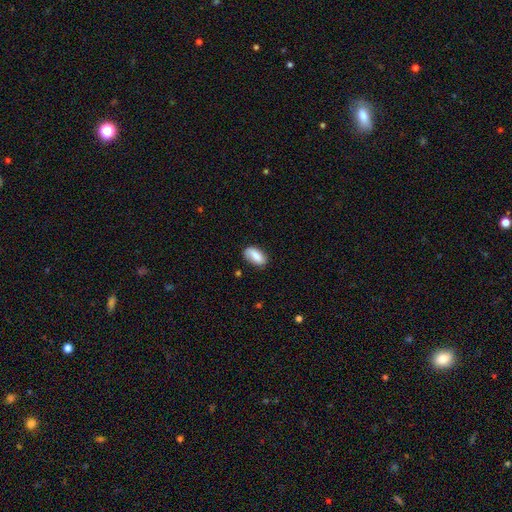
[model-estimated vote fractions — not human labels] This is likely a smooth galaxy (77%). How rounded: clearly in between (91%). Merging: likely none (73%).